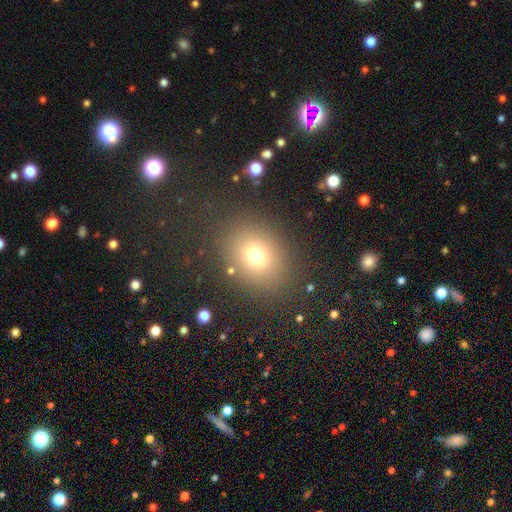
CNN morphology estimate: smooth 73%, star or artifact 17%, featured or disk 9%. Down the decision tree: how rounded — in between (51%); merging — none (83%).